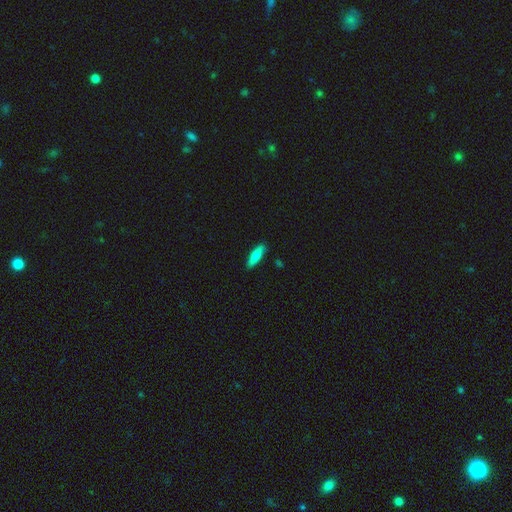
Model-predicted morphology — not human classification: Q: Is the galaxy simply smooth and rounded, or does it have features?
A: smooth — 77%.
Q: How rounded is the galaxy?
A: cigar-shaped — 63%.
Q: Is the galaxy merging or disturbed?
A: none — 86%.